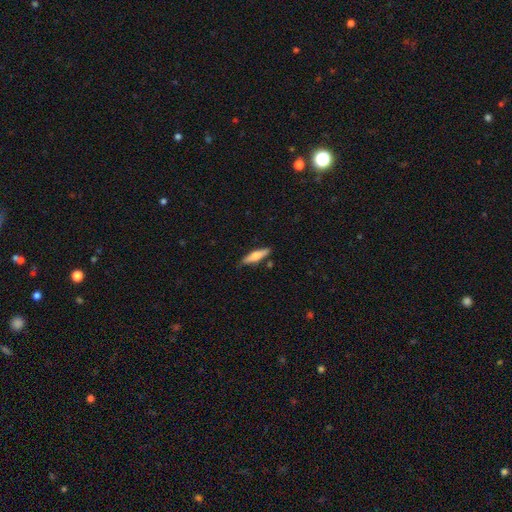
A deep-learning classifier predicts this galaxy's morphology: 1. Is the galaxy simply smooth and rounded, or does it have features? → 53% smooth, 41% featured or disk, 6% star or artifact.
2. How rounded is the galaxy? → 74% cigar-shaped, 24% in between, 2% round.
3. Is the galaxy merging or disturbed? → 83% none, 12% minor disturbance, 3% merger, 2% major disturbance.